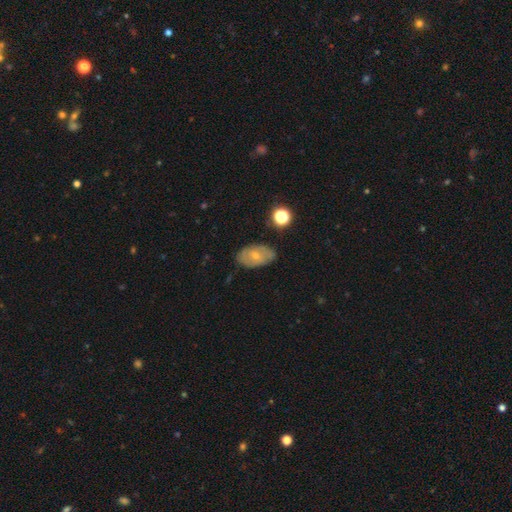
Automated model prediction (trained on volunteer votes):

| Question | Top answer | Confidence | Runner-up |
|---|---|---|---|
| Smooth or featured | smooth | 47% | featured or disk (44%) |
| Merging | none | 73% | minor disturbance (21%) |